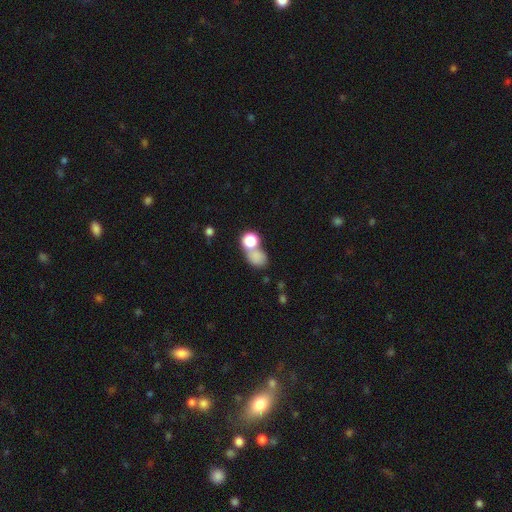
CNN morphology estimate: Smooth or featured? Predicted: smooth (p=0.78). How rounded? Predicted: round (p=0.55). Merging? Predicted: merger (p=0.42).